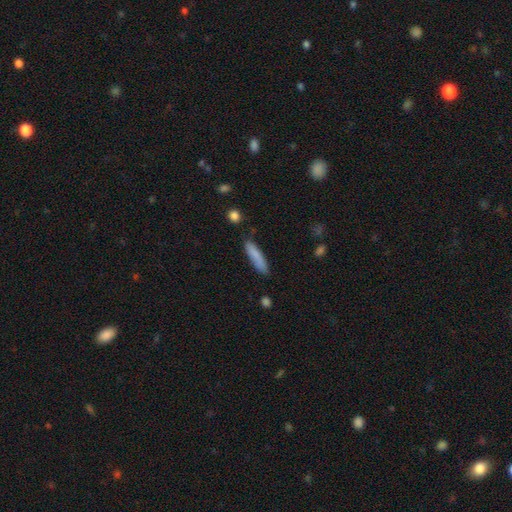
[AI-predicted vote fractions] This appears to be a smooth galaxy with no disk features (84%) that is cigar-shaped (80%). Merging: none (80%).